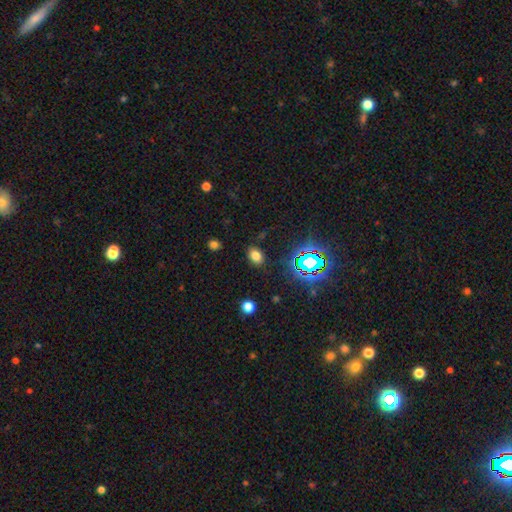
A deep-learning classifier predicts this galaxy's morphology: A smooth galaxy with no disk features (71%) that is in between round and cigar-shaped (77%). Merging: none (84%).